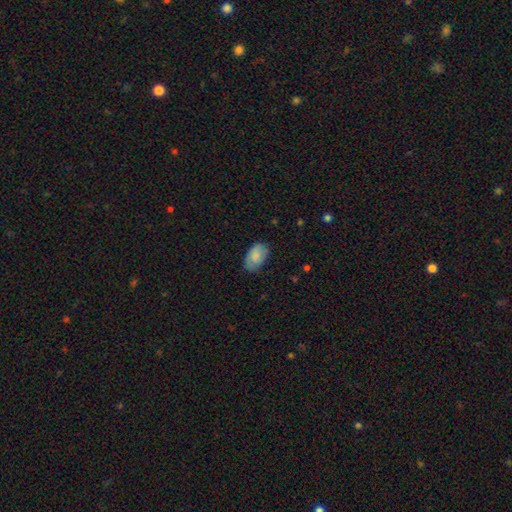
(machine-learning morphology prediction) The model was most divided on "merging": none: 74%, minor disturbance: 21%, major disturbance: 4%, merger: 1%. More confident: how rounded — in between (92%); smooth or featured — smooth (81%).